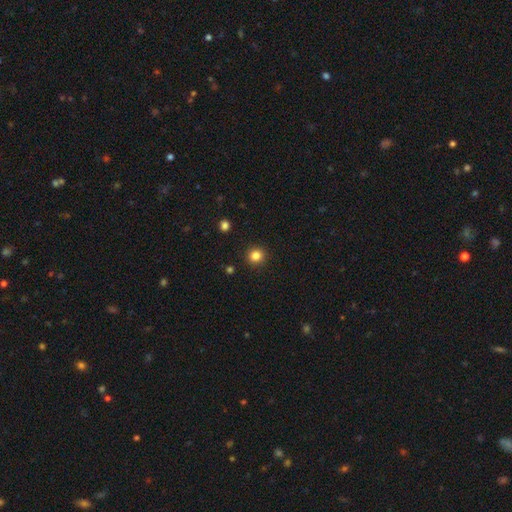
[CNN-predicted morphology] A smooth galaxy with no disk features (83%) that is round (91%). Merging: none (92%).